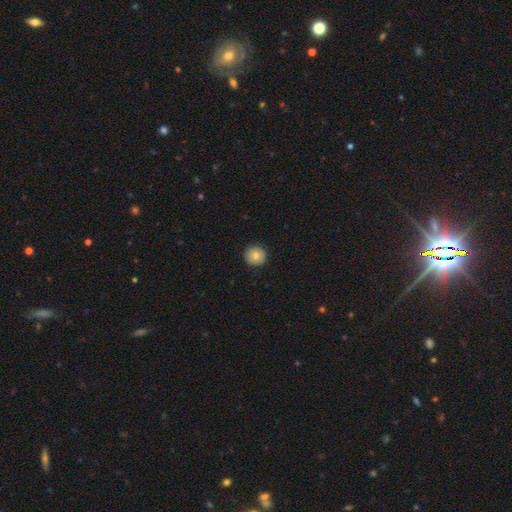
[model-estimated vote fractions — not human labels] Smooth or featured? smooth (76%)
How rounded? round (95%)
Merging? none (92%)